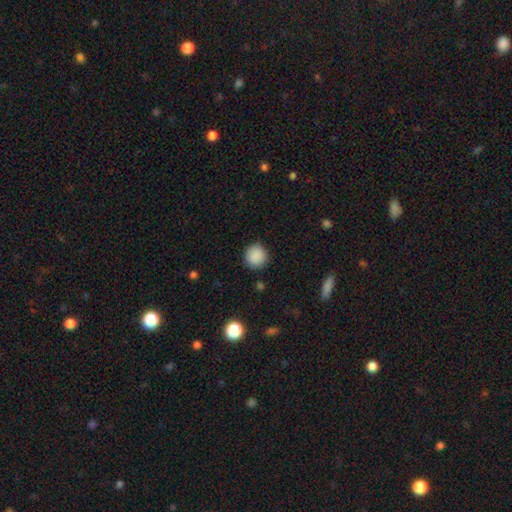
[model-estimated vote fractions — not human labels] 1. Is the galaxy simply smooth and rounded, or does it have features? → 88% smooth, 9% star or artifact, 3% featured or disk.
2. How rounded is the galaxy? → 93% round, 6% in between, 1% cigar-shaped.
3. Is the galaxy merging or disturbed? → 89% none, 8% minor disturbance, 2% major disturbance, 1% merger.